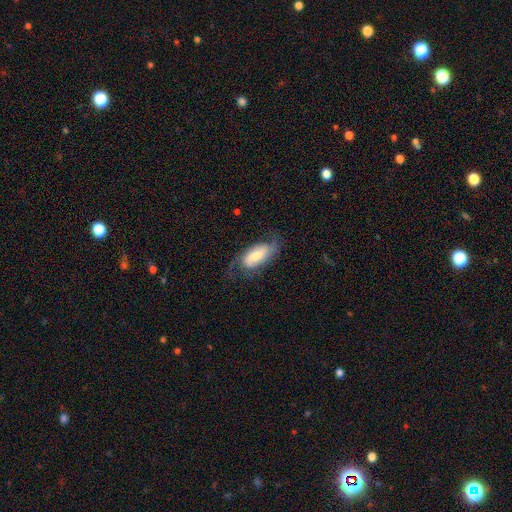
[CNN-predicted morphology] Overall: featured or disk (49%; smooth 44%). Merging: none (55%; minor disturbance 26%).